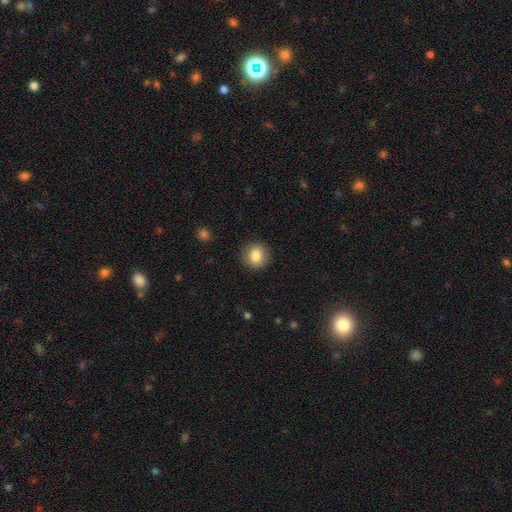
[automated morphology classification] A smooth galaxy with no disk features (84%) that is round (88%). Merging: none (90%).